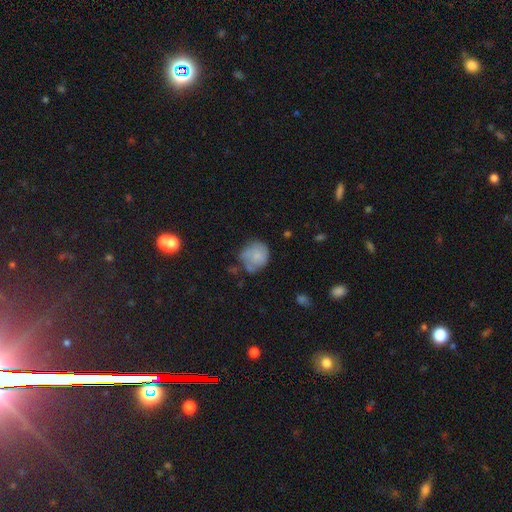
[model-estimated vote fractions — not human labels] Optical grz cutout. It shows a smooth galaxy with no disk features (68%) that is round (76%). Merging: none (47%).